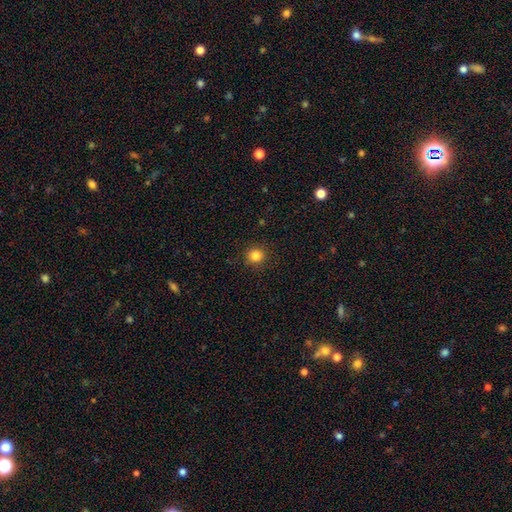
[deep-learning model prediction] Smooth or featured?
  - smooth: 84% *
  - star or artifact: 12%
  - featured or disk: 4%
How rounded?
  - round: 92% *
  - in between: 7%
  - cigar-shaped: 1%
Merging?
  - none: 91% *
  - minor disturbance: 6%
  - major disturbance: 2%
  - merger: 1%